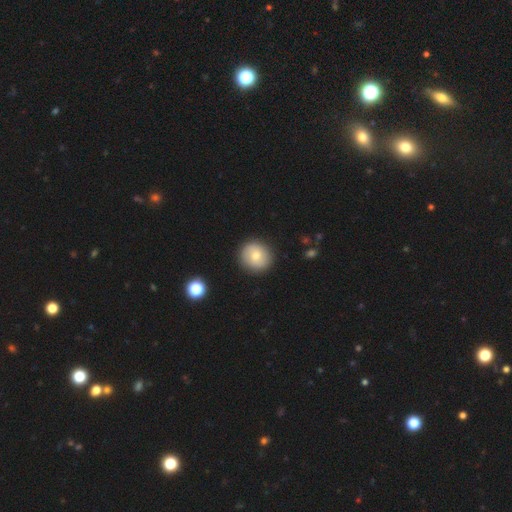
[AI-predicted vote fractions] smooth-or-featured: smooth: 72% | featured or disk: 20% | star or artifact: 8%
  how-rounded: round: 90% | in between: 9% | cigar-shaped: 1%
  merging: none: 90% | minor disturbance: 7% | major disturbance: 2% | merger: 1%